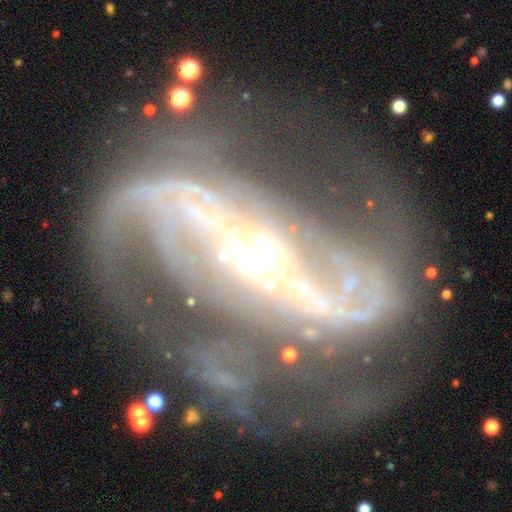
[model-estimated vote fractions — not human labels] The model was most divided on "bulge size": moderate: 47%, small: 42%, large: 7%, dominant: 2%, none: 2%. Remaining: spiral arms — yes (98%); edge-on disk — no (96%); smooth or featured — featured or disk (92%); spiral arm count — 2 (85%); merging — none (65%); bar — strong (65%); spiral winding — medium (47%).